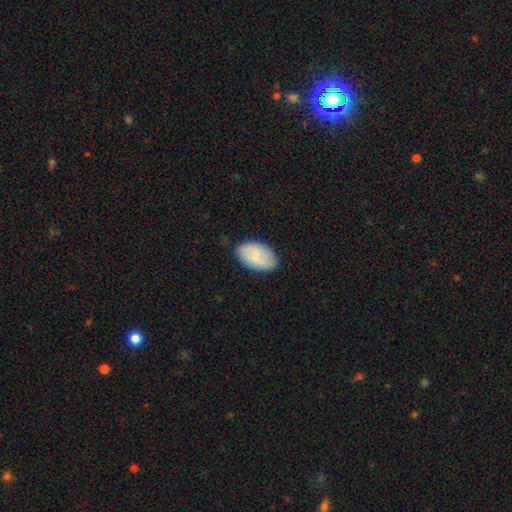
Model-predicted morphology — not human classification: A smooth galaxy with no disk features (61%) that is in between round and cigar-shaped (92%).

Vote fractions:
- Smooth or featured? smooth: 61% / featured or disk: 33% / star or artifact: 6%
- How rounded? in between: 92% / round: 6% / cigar-shaped: 1%
- Merging? none: 82% / minor disturbance: 14% / major disturbance: 3% / merger: 1%